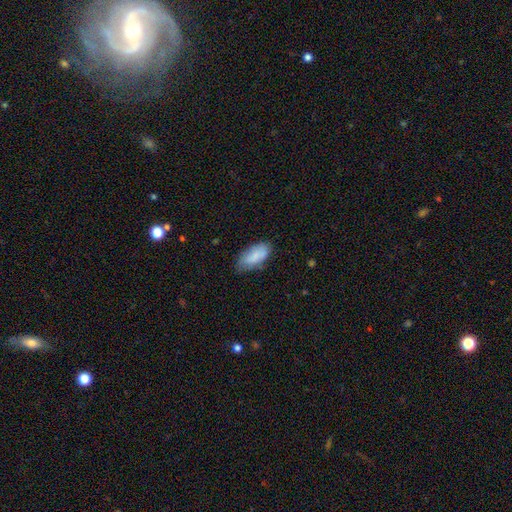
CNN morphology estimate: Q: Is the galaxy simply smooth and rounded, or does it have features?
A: smooth — 83%.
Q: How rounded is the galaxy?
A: in between — 92%.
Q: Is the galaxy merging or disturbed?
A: none — 63%.